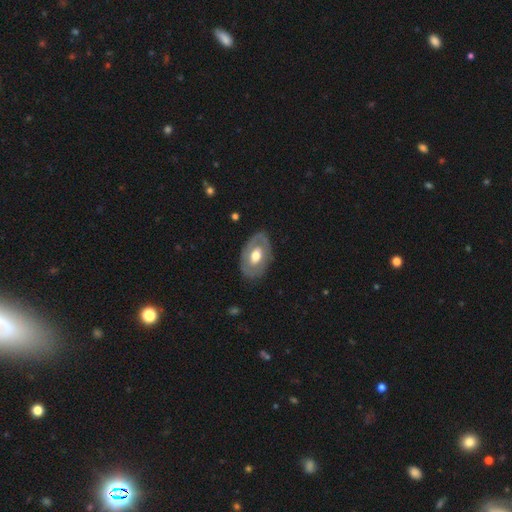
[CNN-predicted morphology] Smooth or featured? Predicted: featured or disk (p=0.56). Edge-on disk? Predicted: no (p=0.91). Bar? Predicted: no (p=0.70). Spiral arms? Predicted: no (p=0.72). Bulge size? Predicted: moderate (p=0.61). Merging? Predicted: none (p=0.79).